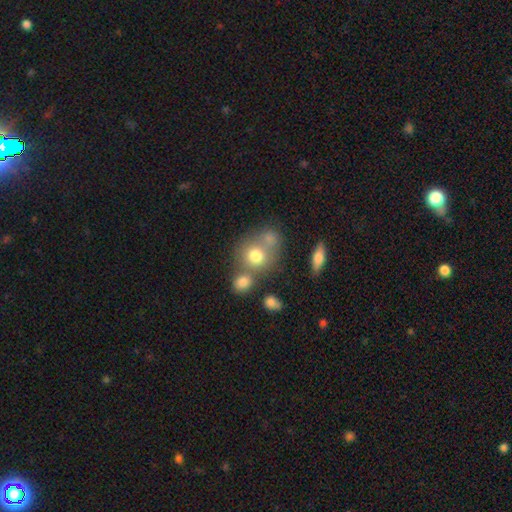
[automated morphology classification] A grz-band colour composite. It shows a smooth galaxy with no disk features (74%) that is round (76%). Merging: none (46%).